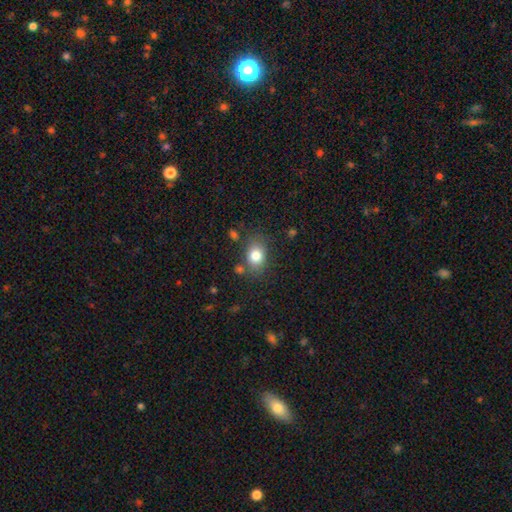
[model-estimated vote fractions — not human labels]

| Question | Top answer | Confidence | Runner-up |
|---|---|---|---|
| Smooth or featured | smooth | 81% | star or artifact (10%) |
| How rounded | in between | 62% | round (37%) |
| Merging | none | 74% | minor disturbance (16%) |